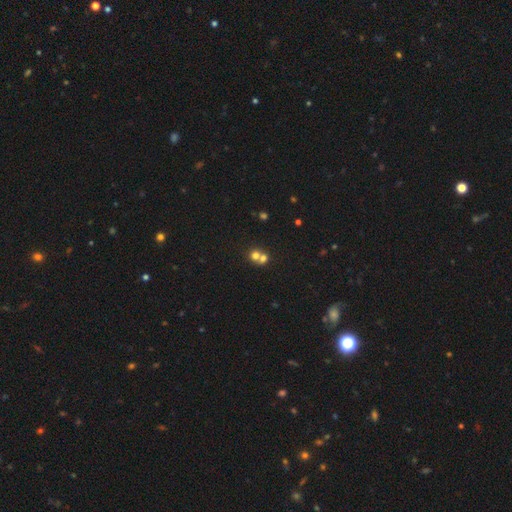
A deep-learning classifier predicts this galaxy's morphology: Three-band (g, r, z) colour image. It shows a smooth galaxy with no disk features (68%) that is round (80%). Merging: merger (57%).